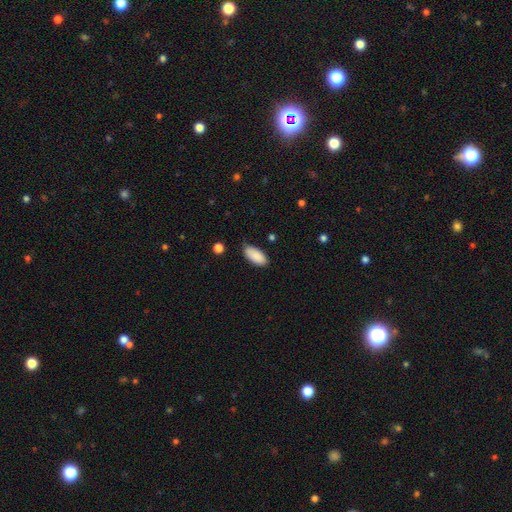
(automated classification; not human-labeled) A smooth galaxy with no disk features (89%) that is in between round and cigar-shaped (91%).

Vote fractions:
- Smooth or featured? smooth: 89% / star or artifact: 6% / featured or disk: 5%
- How rounded? in between: 91% / cigar-shaped: 7% / round: 2%
- Merging? none: 78% / minor disturbance: 17% / major disturbance: 3% / merger: 2%